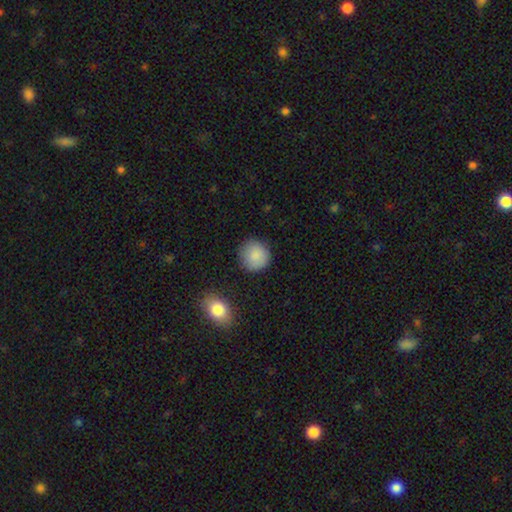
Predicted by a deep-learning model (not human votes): Smooth or featured? smooth (88%)
How rounded? round (92%)
Merging? none (86%)